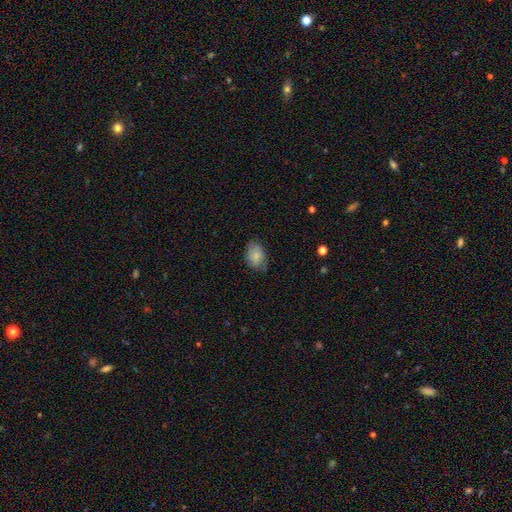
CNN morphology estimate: smooth_or_featured: smooth (p=0.81) [alt: featured or disk p=0.13]
how_rounded: in between (p=0.82) [alt: round p=0.17]
merging: none (p=0.70) [alt: minor disturbance p=0.24]